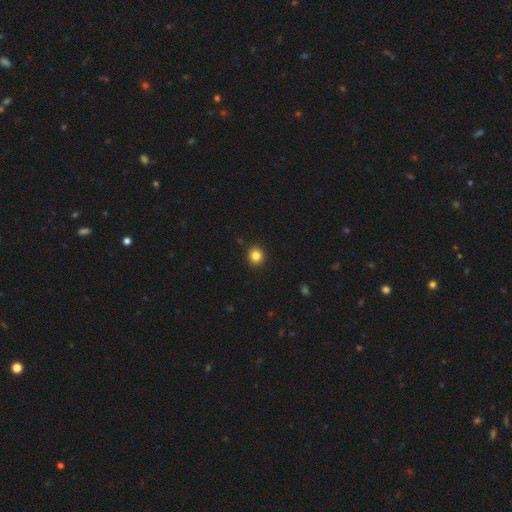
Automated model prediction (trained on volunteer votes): Q: Smooth or featured?
A: smooth (84%); runner-up: star or artifact (12%)
Q: How rounded?
A: round (88%); runner-up: in between (11%)
Q: Merging?
A: none (92%); runner-up: minor disturbance (5%)